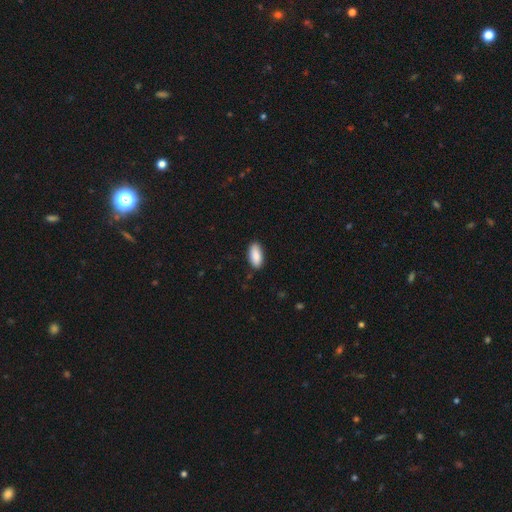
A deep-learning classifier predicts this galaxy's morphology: Overall: smooth (90%). How rounded: in between (90%). Merging: none (87%).